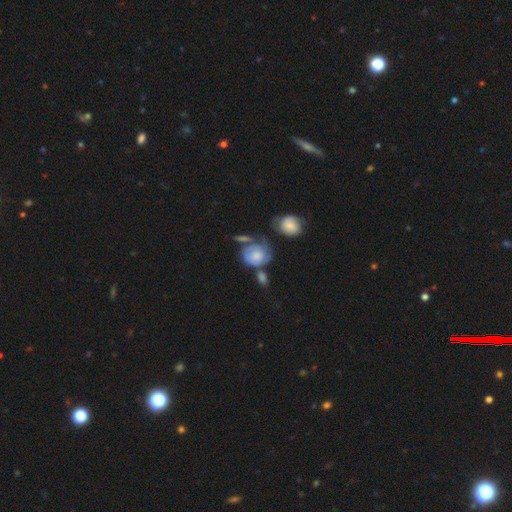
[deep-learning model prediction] A featured or disk galaxy (48%). Merging: none (31%).